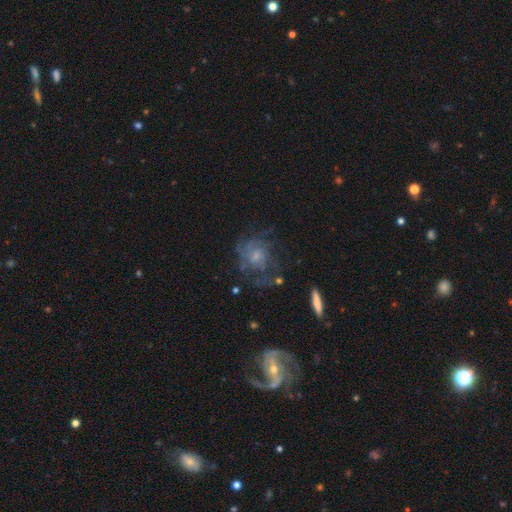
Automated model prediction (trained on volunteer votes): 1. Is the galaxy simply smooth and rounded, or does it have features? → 70% featured or disk, 20% smooth, 10% star or artifact.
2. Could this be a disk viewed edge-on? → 97% no, 3% yes.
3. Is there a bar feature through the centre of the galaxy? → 69% no, 27% weak, 4% strong.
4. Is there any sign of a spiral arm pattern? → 79% yes, 21% no.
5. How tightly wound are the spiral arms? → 44% tight, 38% medium, 18% loose.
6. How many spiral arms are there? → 52% can't tell, 13% 2, 13% 3, 11% 4, 6% more than 4, 5% 1.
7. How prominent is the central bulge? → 51% small, 31% moderate, 12% none, 4% large, 1% dominant.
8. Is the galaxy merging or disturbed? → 51% none, 26% major disturbance, 19% minor disturbance, 4% merger.